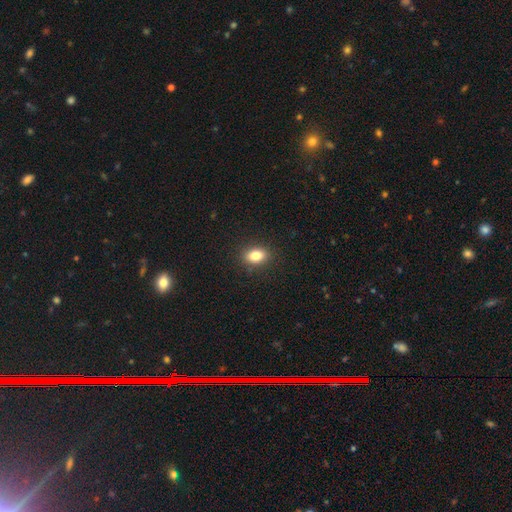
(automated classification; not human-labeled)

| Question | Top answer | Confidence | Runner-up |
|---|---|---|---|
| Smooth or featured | smooth | 83% | star or artifact (10%) |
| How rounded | in between | 77% | round (21%) |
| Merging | none | 88% | minor disturbance (8%) |